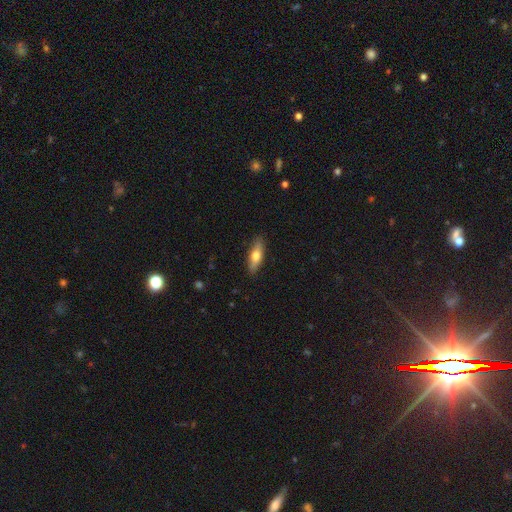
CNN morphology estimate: Smooth or featured? smooth (63%)
How rounded? cigar-shaped (49%)
Merging? none (87%)